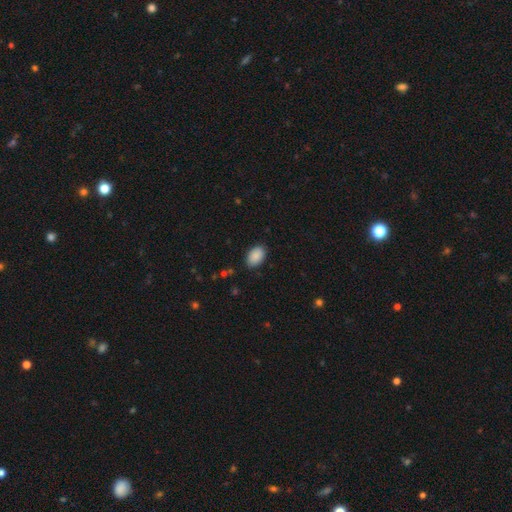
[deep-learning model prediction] The model was most divided on "merging": none: 87%, minor disturbance: 10%, major disturbance: 2%, merger: 1%. More confident: smooth or featured — smooth (90%); how rounded — in between (89%).